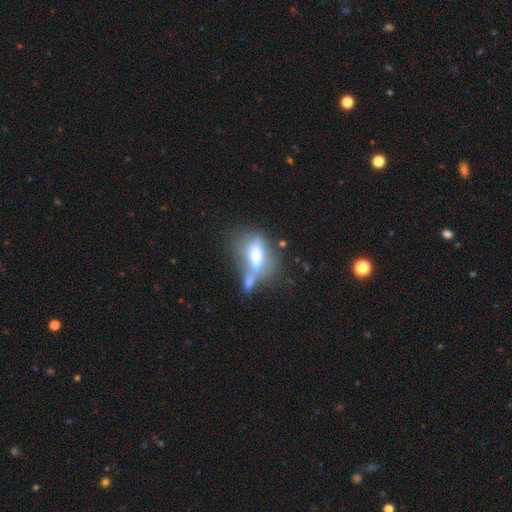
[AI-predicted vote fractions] A smooth galaxy with no disk features (54%) that is in between round and cigar-shaped (71%).

Vote fractions:
- Smooth or featured? smooth: 54% / featured or disk: 35% / star or artifact: 11%
- How rounded? in between: 71% / cigar-shaped: 23% / round: 7%
- Merging? merger: 45% / none: 23% / major disturbance: 17% / minor disturbance: 15%